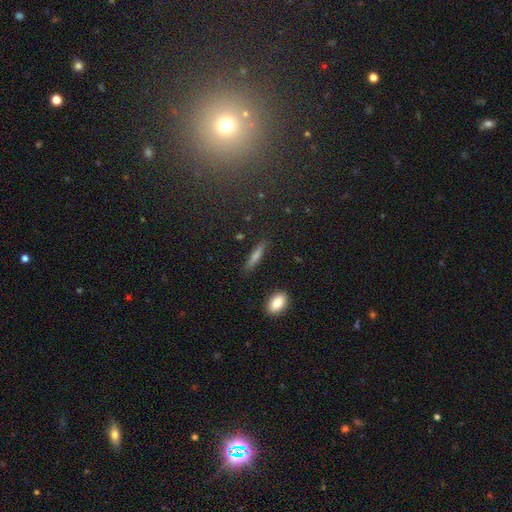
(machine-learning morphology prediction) smooth 65%, featured or disk 25%, star or artifact 10%. Down the decision tree: how rounded — cigar-shaped (84%); merging — none (87%).